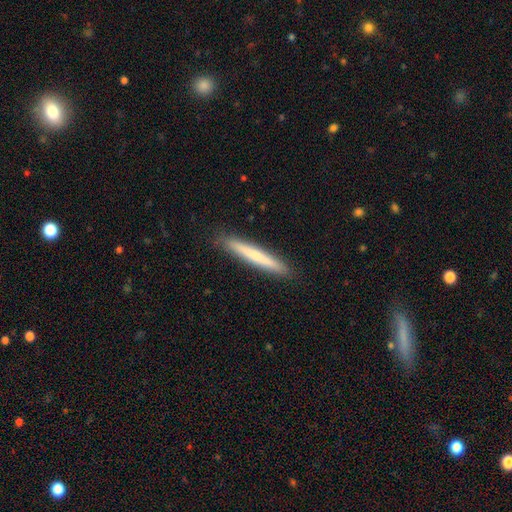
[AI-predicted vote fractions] smooth_or_featured: smooth (p=0.64) [alt: featured or disk p=0.31]
how_rounded: cigar-shaped (p=0.96) [alt: in between p=0.03]
merging: none (p=0.91) [alt: minor disturbance p=0.07]